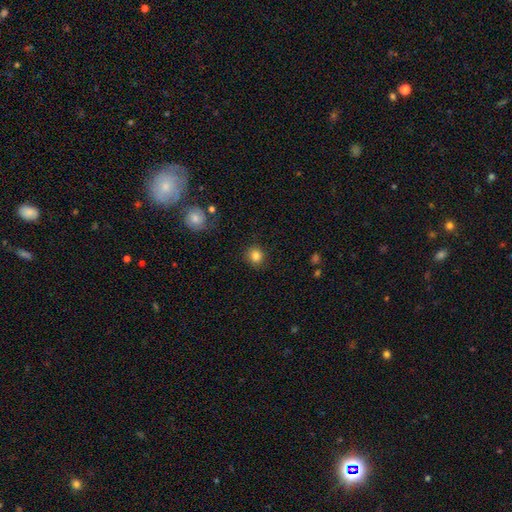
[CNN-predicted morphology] Overall: smooth (83%). How rounded: round (89%). Merging: none (89%).